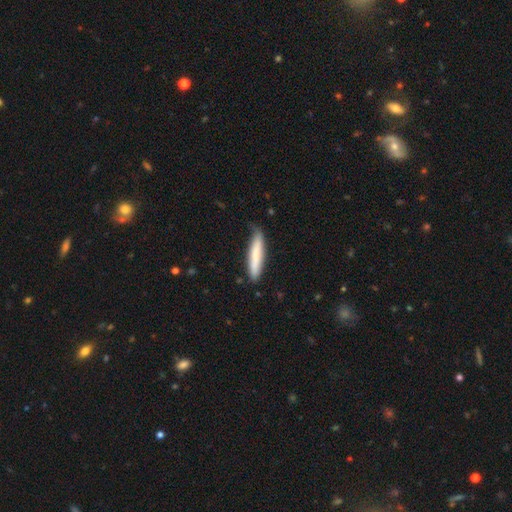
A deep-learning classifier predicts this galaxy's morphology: Overall: smooth (77%). How rounded: cigar-shaped (90%). Merging: none (72%).